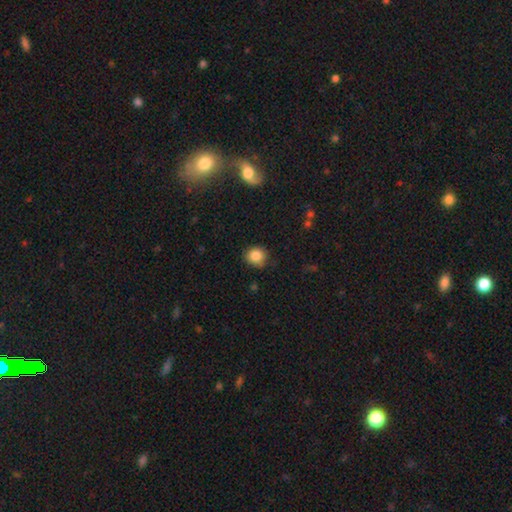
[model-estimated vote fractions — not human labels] smooth-or-featured: smooth: 85% | star or artifact: 10% | featured or disk: 5%
  how-rounded: round: 84% | in between: 15% | cigar-shaped: 1%
  merging: none: 83% | minor disturbance: 13% | major disturbance: 2% | merger: 1%